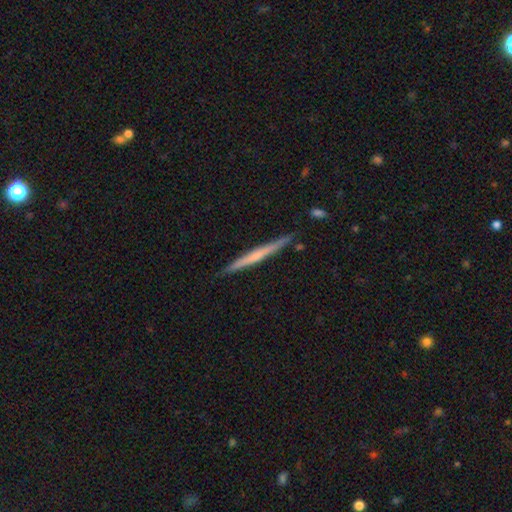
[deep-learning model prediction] Overall: featured or disk (55%; smooth 40%). Edge-on disk: yes (97%). Edge-on bulge: none (66%; rounded 28%). Merging: none (89%).